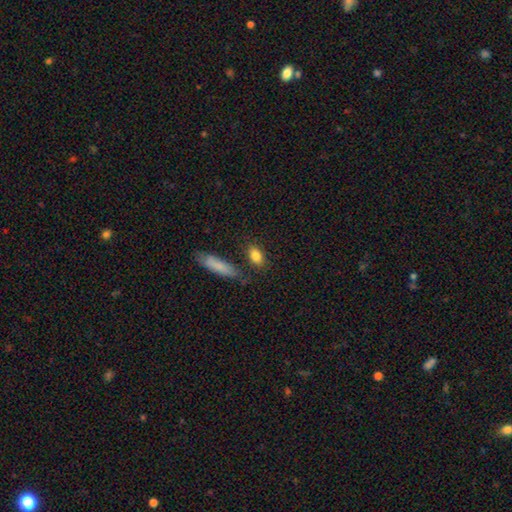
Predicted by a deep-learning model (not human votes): Overall: smooth (84%). How rounded: in between (78%). Merging: none (76%).